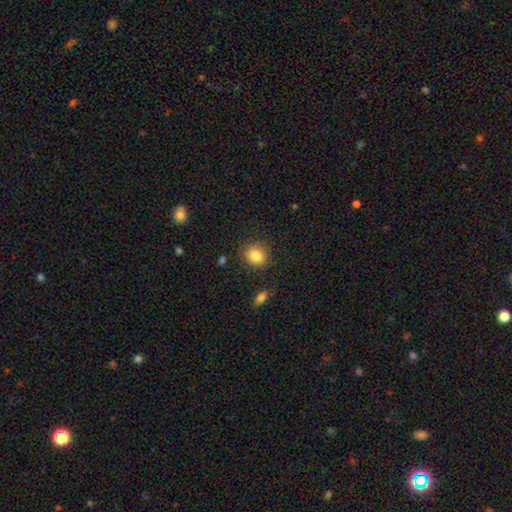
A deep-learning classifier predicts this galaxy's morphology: Smooth or featured: smooth — 84% (star or artifact — 9%)
How rounded: round — 74% (in between — 25%)
Merging: none — 85% (minor disturbance — 10%)